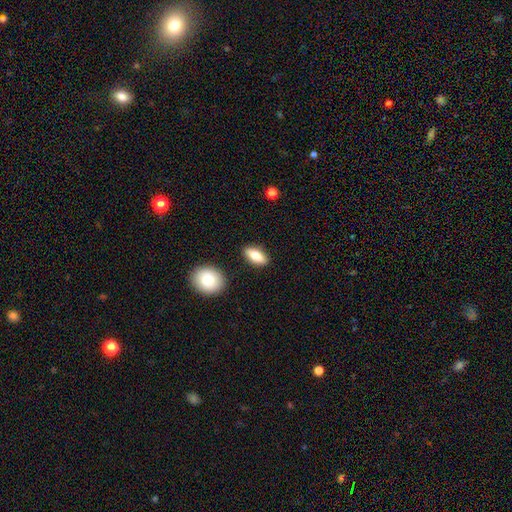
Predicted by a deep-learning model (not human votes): Smooth or featured? smooth (78%)
How rounded? in between (83%)
Merging? none (87%)